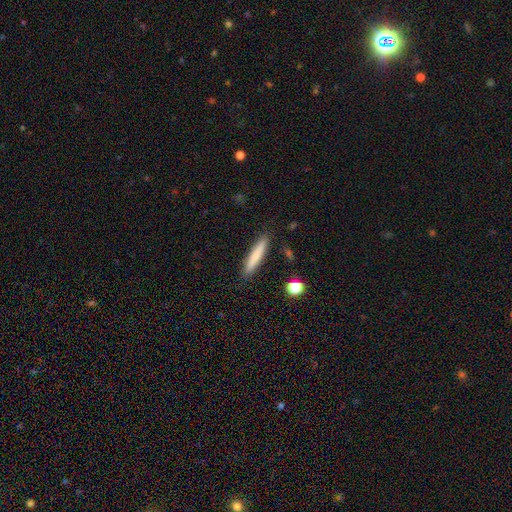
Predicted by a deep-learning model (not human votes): Q: Smooth or featured?
A: smooth (77%); runner-up: featured or disk (17%)
Q: How rounded?
A: cigar-shaped (91%); runner-up: in between (7%)
Q: Merging?
A: none (89%); runner-up: minor disturbance (8%)